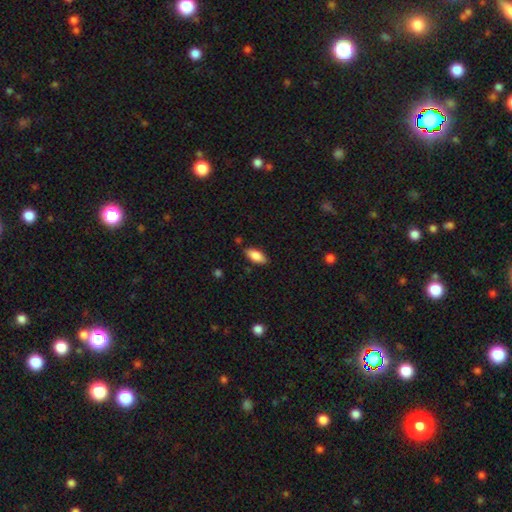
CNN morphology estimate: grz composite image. It shows a smooth galaxy with no disk features (86%) that is in between round and cigar-shaped (88%). Merging: none (85%).